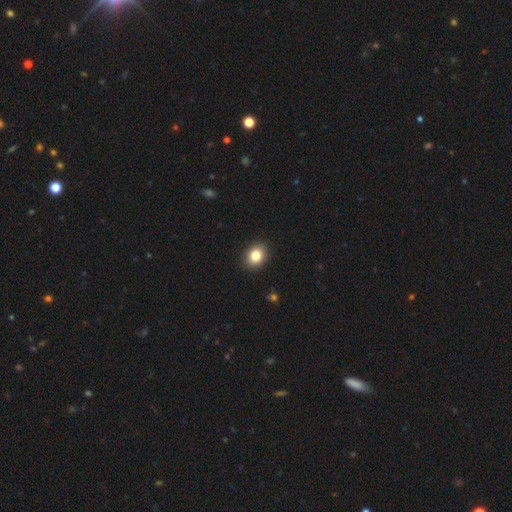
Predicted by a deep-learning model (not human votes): smooth_or_featured: smooth (p=0.83) [alt: star or artifact p=0.09]
how_rounded: in between (p=0.55) [alt: round p=0.44]
merging: none (p=0.90) [alt: minor disturbance p=0.07]